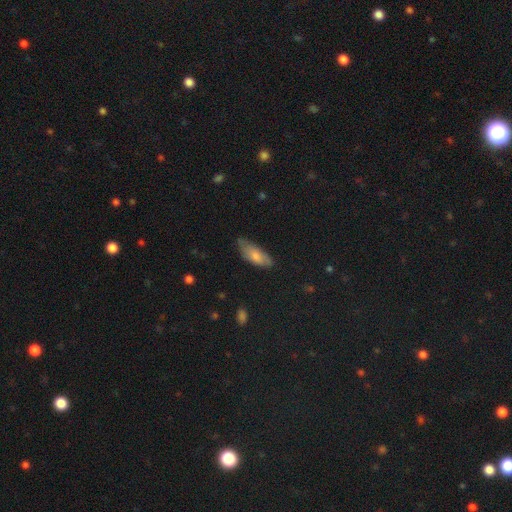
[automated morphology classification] smooth_or_featured: smooth (p=0.78) [alt: featured or disk p=0.16]
how_rounded: in between (p=0.76) [alt: cigar-shaped p=0.22]
merging: none (p=0.61) [alt: minor disturbance p=0.31]